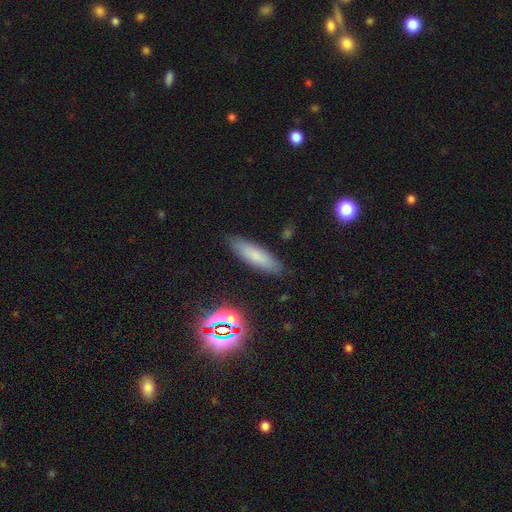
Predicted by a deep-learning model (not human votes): smooth 73%, featured or disk 16%, star or artifact 11%. Down the decision tree: how rounded — cigar-shaped (61%); merging — none (87%).